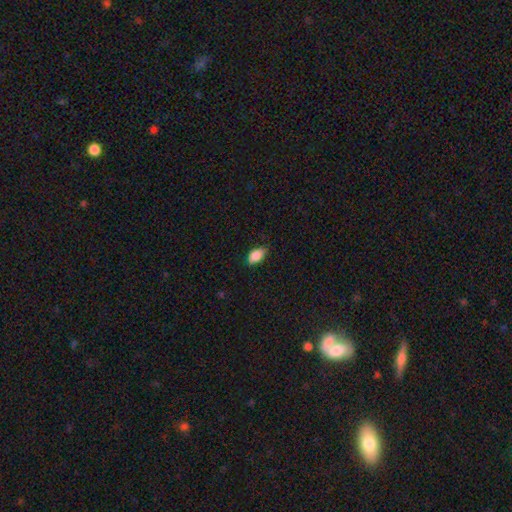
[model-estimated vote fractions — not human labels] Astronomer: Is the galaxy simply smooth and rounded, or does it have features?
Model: smooth — 86%.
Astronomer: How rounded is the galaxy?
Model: in between — 90%.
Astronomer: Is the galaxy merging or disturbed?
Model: none — 71%.